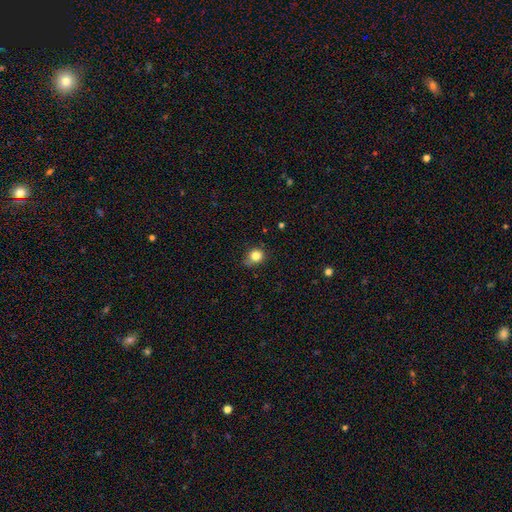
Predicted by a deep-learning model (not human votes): Smooth or featured? Predicted: smooth (p=0.82). How rounded? Predicted: round (p=0.75). Merging? Predicted: none (p=0.65).